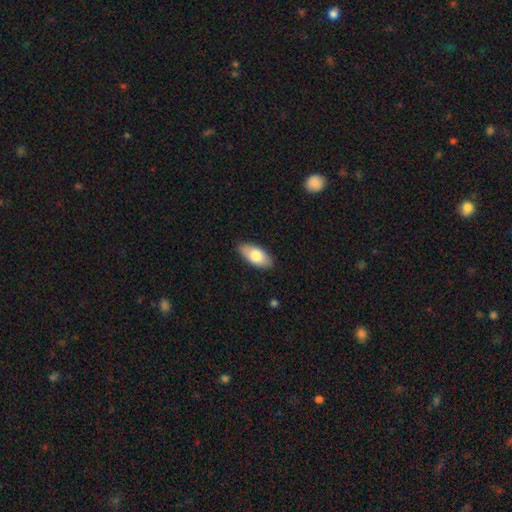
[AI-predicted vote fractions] Morphology: type=smooth (76%); roundness=in between (91%); merging=none (86%).